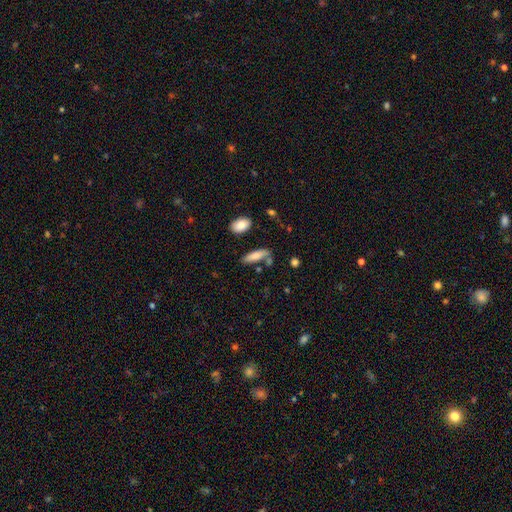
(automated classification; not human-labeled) smooth_or_featured: smooth (p=0.80) [alt: featured or disk p=0.12]
how_rounded: cigar-shaped (p=0.49) [alt: in between p=0.48]
merging: none (p=0.67) [alt: minor disturbance p=0.17]